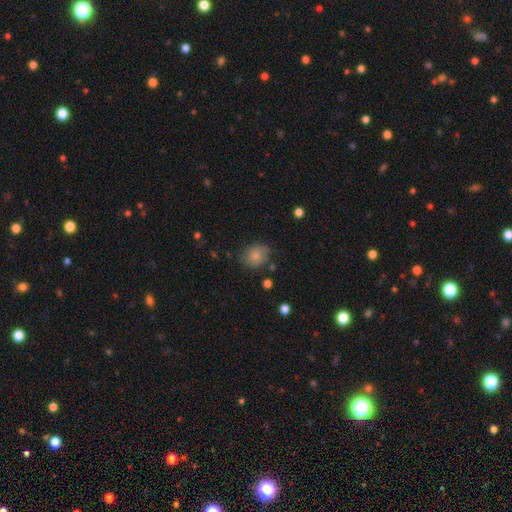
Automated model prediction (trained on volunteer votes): Smooth or featured?
  - smooth: 81% *
  - star or artifact: 10%
  - featured or disk: 9%
How rounded?
  - round: 66% *
  - in between: 33%
  - cigar-shaped: 1%
Merging?
  - none: 73% *
  - minor disturbance: 19%
  - major disturbance: 5%
  - merger: 3%